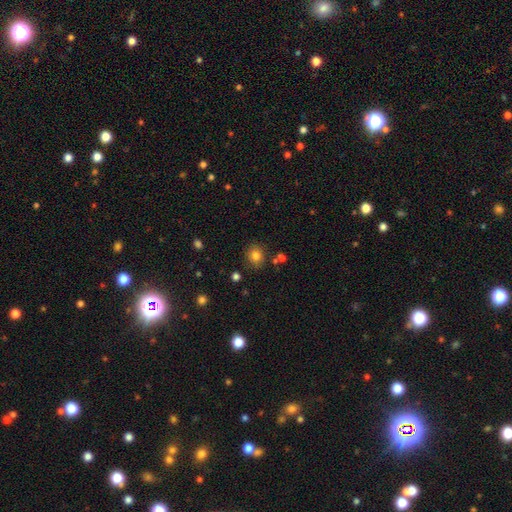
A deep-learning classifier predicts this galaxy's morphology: Overall: smooth (80%). How rounded: round (77%). Merging: none (83%).